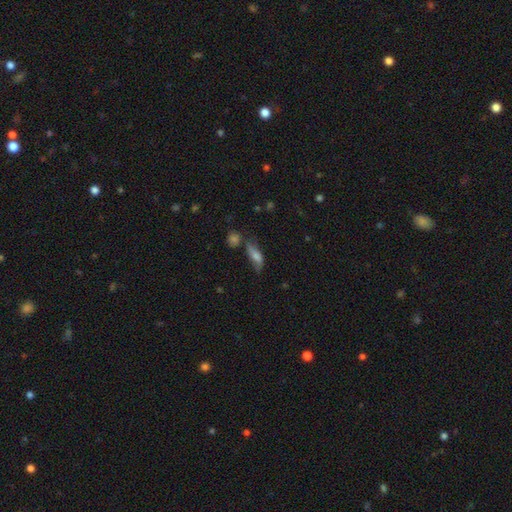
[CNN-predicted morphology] Q: Smooth or featured?
A: smooth (61%); runner-up: featured or disk (29%)
Q: How rounded?
A: in between (62%); runner-up: cigar-shaped (34%)
Q: Merging?
A: none (49%); runner-up: minor disturbance (28%)